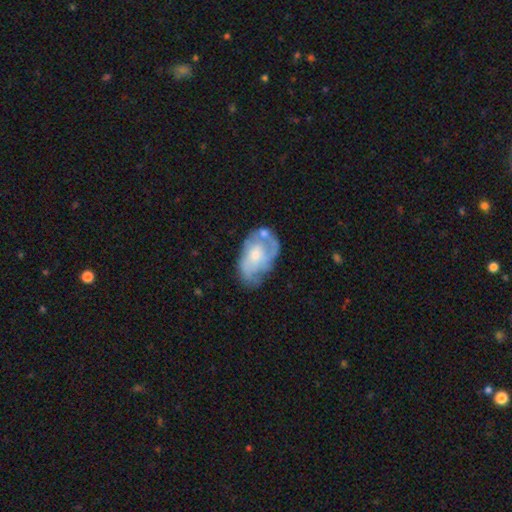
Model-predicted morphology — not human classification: This is likely a featured or disk galaxy (64%). It is clearly not viewed edge-on (96%). Bar: likely no (73%). Spiral arm pattern: likely yes (70%). Central bulge: possibly moderate (49%). Merging: possibly none (50%).